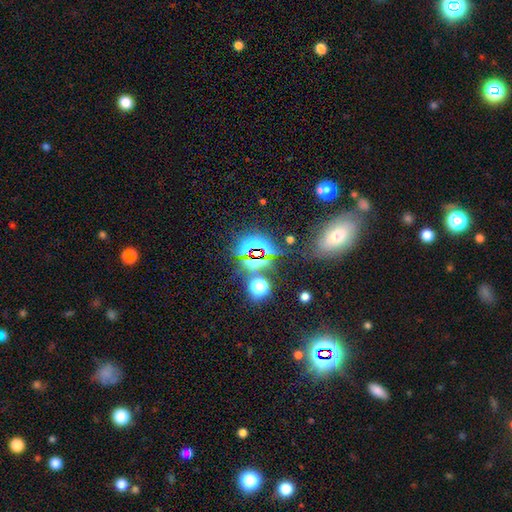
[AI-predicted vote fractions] Q: Smooth or featured?
A: star or artifact (76%); runner-up: smooth (16%)